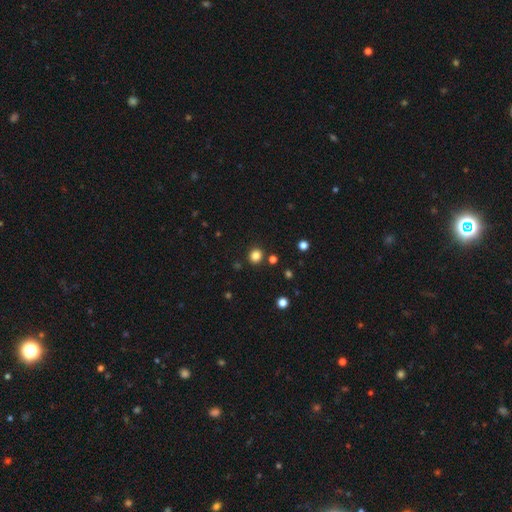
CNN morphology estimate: type=smooth (83%); roundness=round (83%); merging=none (88%).